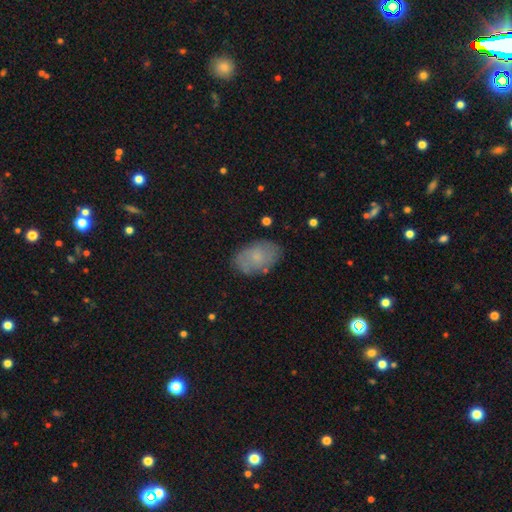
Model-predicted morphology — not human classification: smooth_or_featured: smooth (p=0.60) [alt: featured or disk p=0.28]
how_rounded: in between (p=0.89) [alt: round p=0.10]
merging: none (p=0.81) [alt: minor disturbance p=0.14]